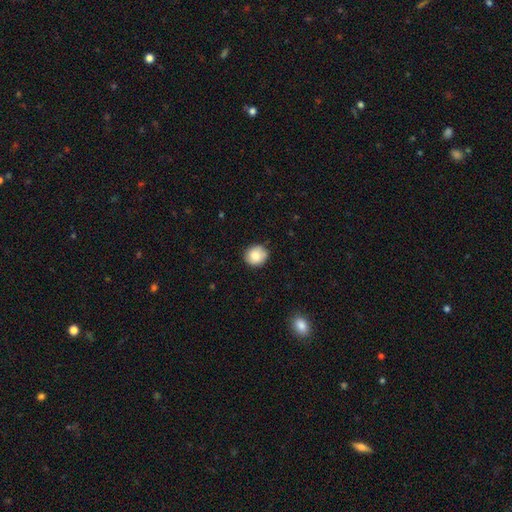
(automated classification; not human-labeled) A smooth galaxy with no disk features (82%) that is round (87%). Merging: none (84%).